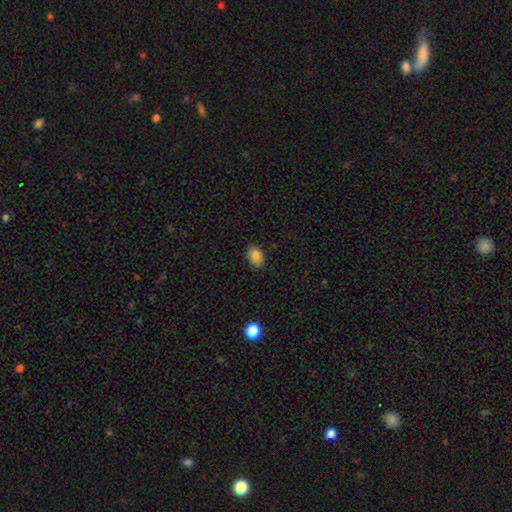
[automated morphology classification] Overall: smooth (86%). How rounded: in between (87%). Merging: none (86%).